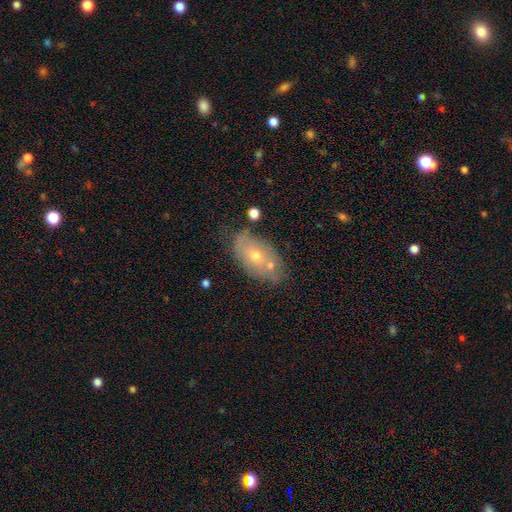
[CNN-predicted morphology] type=smooth (49%); merging=none (59%).